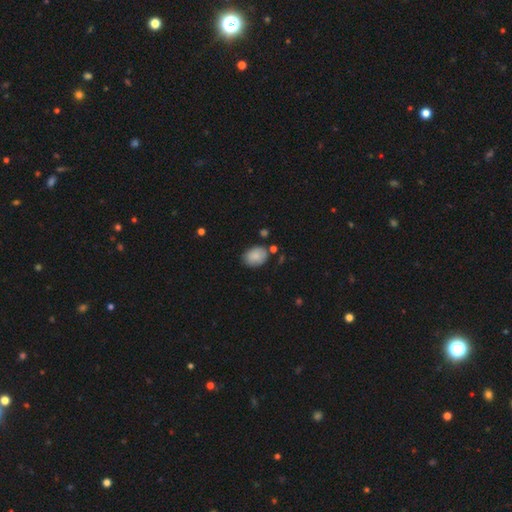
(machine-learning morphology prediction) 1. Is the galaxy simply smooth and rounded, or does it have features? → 86% smooth, 7% star or artifact, 7% featured or disk.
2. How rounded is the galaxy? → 68% in between, 31% round, 1% cigar-shaped.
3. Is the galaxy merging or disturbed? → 74% none, 17% minor disturbance, 5% merger, 4% major disturbance.